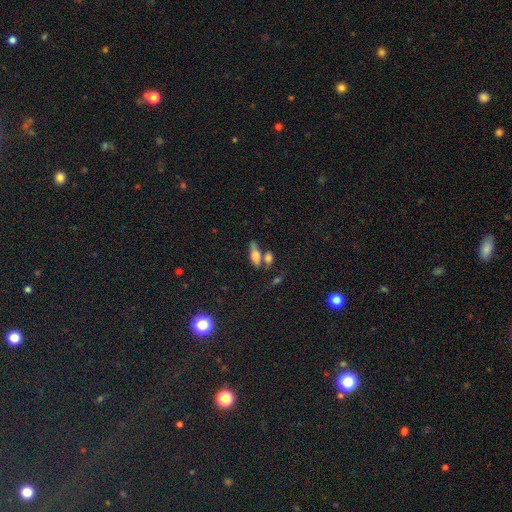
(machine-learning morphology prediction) Smooth or featured: smooth — 67% (featured or disk — 21%)
How rounded: in between — 69% (cigar-shaped — 25%)
Merging: none — 42% (merger — 35%)